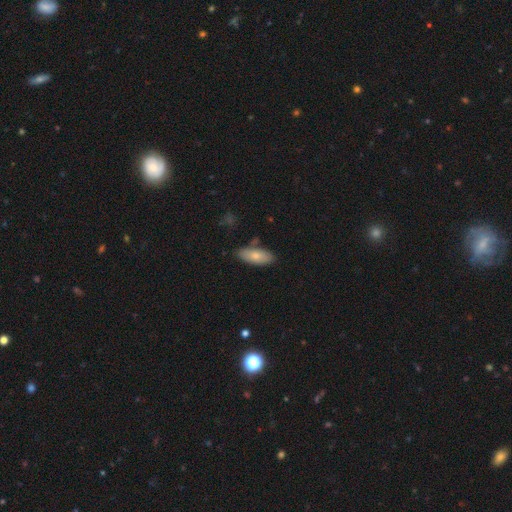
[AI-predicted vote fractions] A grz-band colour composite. It shows a smooth galaxy with no disk features (76%) that is in between round and cigar-shaped (83%). Merging: none (79%).